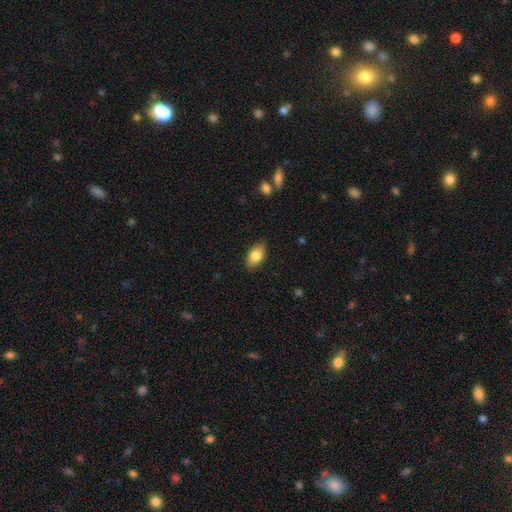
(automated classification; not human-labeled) Overall: smooth (82%). How rounded: in between (90%). Merging: none (83%).